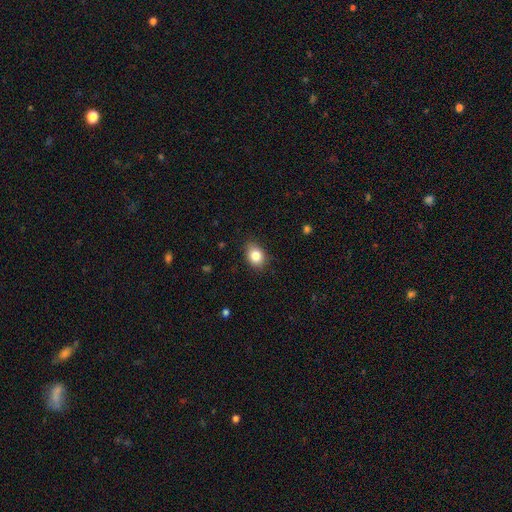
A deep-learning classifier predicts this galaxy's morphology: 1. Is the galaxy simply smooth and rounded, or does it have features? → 84% smooth, 9% star or artifact, 7% featured or disk.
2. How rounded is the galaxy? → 61% in between, 38% round, 1% cigar-shaped.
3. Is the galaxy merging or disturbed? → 82% none, 14% minor disturbance, 3% major disturbance, 1% merger.